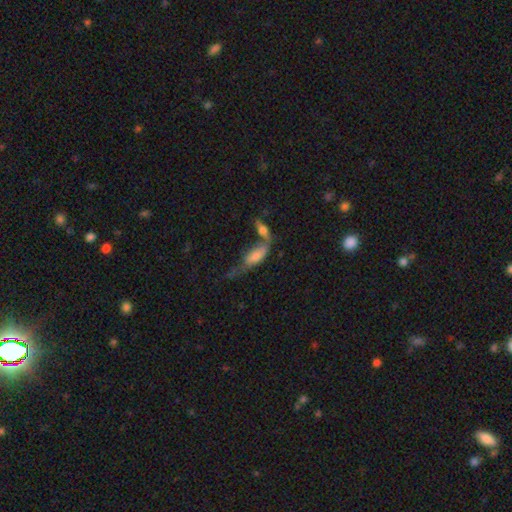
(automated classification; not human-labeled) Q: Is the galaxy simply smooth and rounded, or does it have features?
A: smooth — 62%.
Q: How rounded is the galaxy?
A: in between — 71%.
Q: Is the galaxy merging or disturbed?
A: merger — 47%.